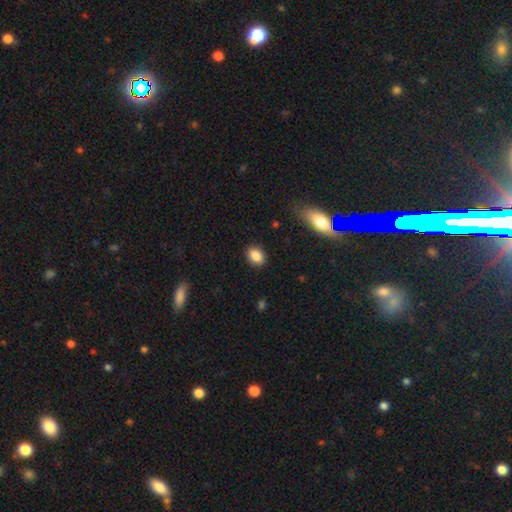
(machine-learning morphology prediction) Smooth or featured? Predicted: smooth (p=0.87). How rounded? Predicted: in between (p=0.68). Merging? Predicted: none (p=0.88).